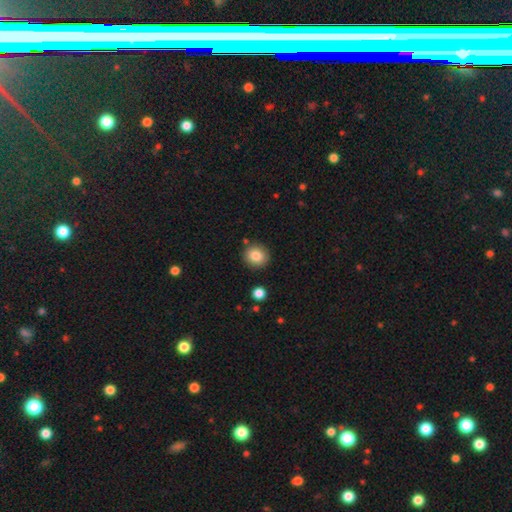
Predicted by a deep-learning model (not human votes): Smooth or featured?
  - smooth: 84% *
  - star or artifact: 9%
  - featured or disk: 7%
How rounded?
  - round: 87% *
  - in between: 12%
  - cigar-shaped: 1%
Merging?
  - none: 87% *
  - minor disturbance: 8%
  - merger: 3%
  - major disturbance: 2%